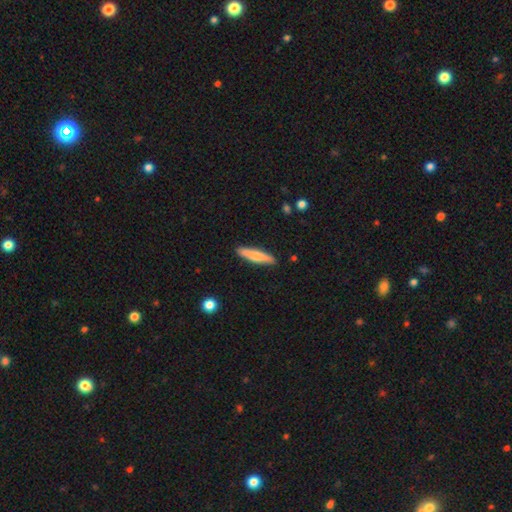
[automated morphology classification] The model was most divided on "smooth or featured": smooth: 68%, featured or disk: 27%, star or artifact: 5%. More confident: merging — none (89%); how rounded — cigar-shaped (86%).